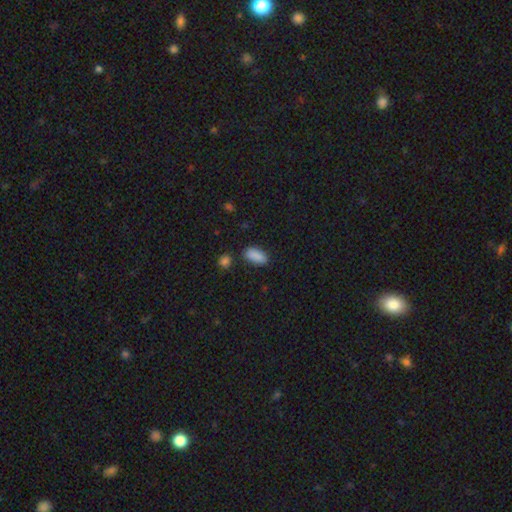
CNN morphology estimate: Q: Smooth or featured?
A: smooth (89%); runner-up: star or artifact (8%)
Q: How rounded?
A: in between (89%); runner-up: cigar-shaped (9%)
Q: Merging?
A: none (81%); runner-up: minor disturbance (12%)